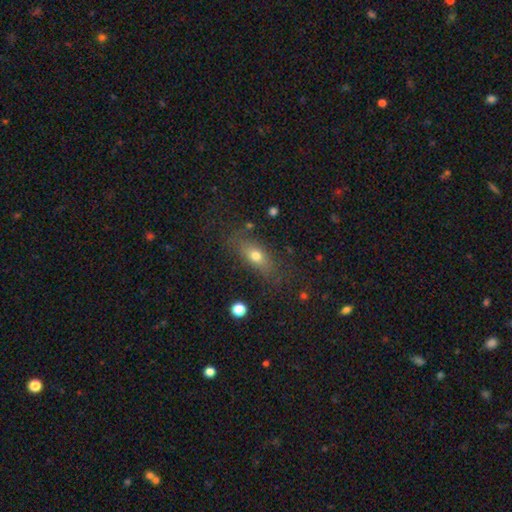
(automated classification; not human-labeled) smooth-or-featured: smooth: 67% | featured or disk: 21% | star or artifact: 12%
  how-rounded: in between: 65% | cigar-shaped: 24% | round: 11%
  merging: none: 73% | minor disturbance: 17% | major disturbance: 8% | merger: 2%